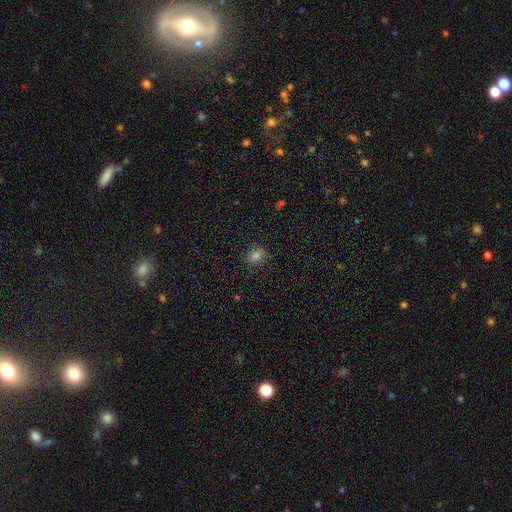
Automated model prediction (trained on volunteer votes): Smooth or featured? smooth (76%)
How rounded? round (54%)
Merging? none (86%)